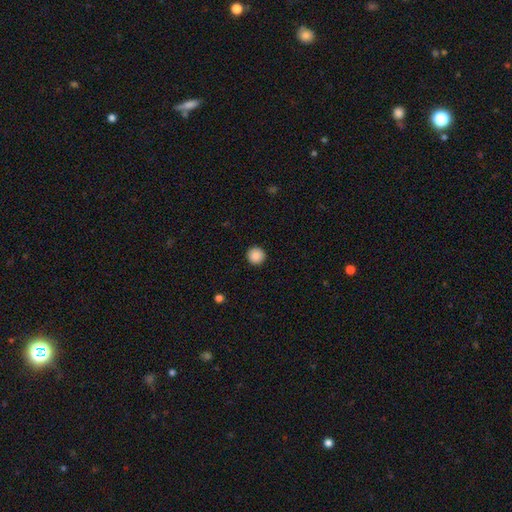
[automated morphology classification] This appears to be a smooth galaxy with no disk features (87%) that is round (96%). Merging: none (93%).